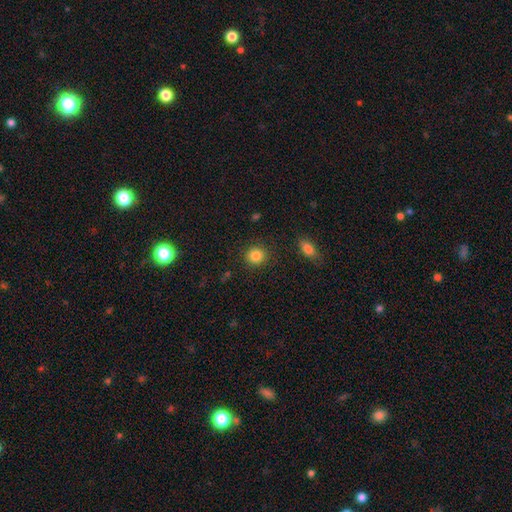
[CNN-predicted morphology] Overall: smooth (86%). How rounded: round (86%). Merging: none (89%).